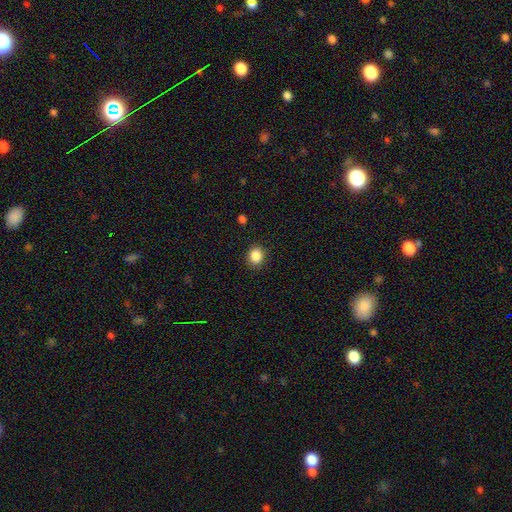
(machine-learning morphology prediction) A smooth galaxy with no disk features (87%) that is round (68%).

Vote fractions:
- Smooth or featured? smooth: 87% / star or artifact: 10% / featured or disk: 4%
- How rounded? round: 68% / in between: 31% / cigar-shaped: 1%
- Merging? none: 89% / minor disturbance: 7% / major disturbance: 2% / merger: 1%